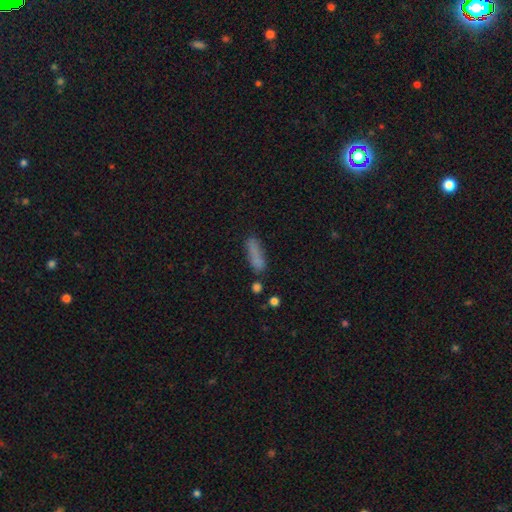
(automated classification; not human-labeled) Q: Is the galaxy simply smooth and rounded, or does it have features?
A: smooth — 78%.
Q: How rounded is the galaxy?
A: cigar-shaped — 65%.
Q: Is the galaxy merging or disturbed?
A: none — 68%.